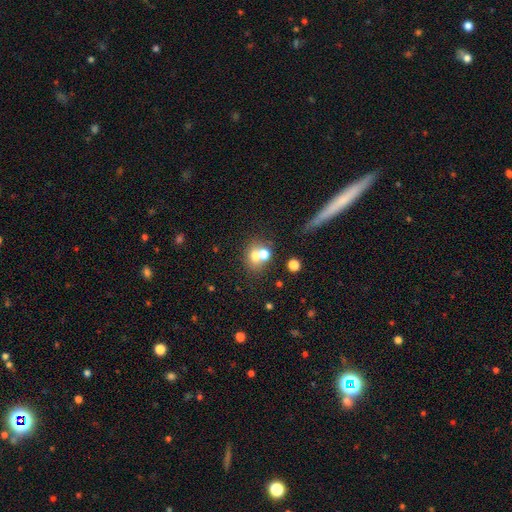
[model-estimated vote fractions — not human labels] This appears to be a smooth galaxy with no disk features (65%) that is round (67%). Merging: merger (48%).